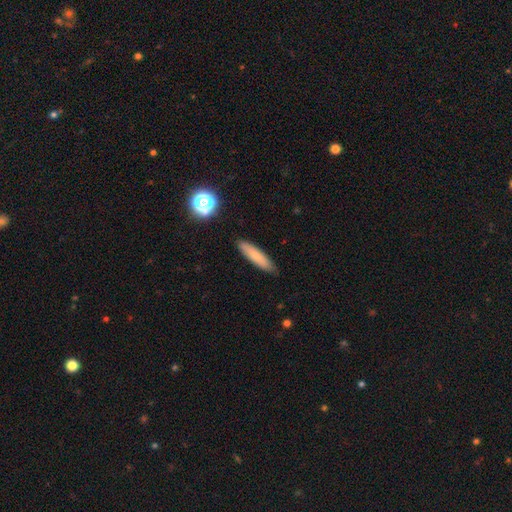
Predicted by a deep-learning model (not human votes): The model was most divided on "how rounded": cigar-shaped: 80%, in between: 19%, round: 2%. More confident: merging — none (87%); smooth or featured — smooth (77%).